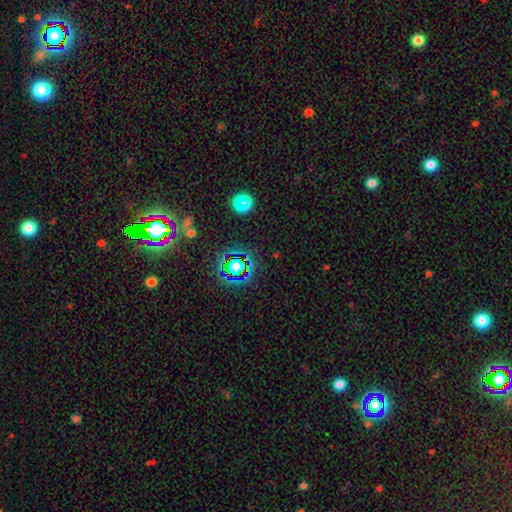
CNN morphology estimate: star or artifact 71%, smooth 18%, featured or disk 11%.